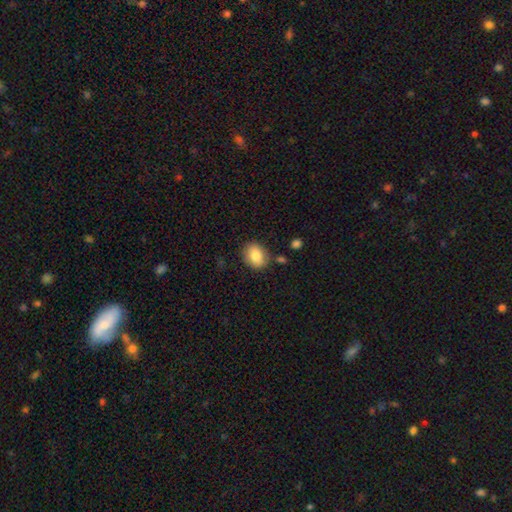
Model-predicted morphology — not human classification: Overall: smooth (83%). How rounded: in between (52%; round 47%). Merging: none (83%).